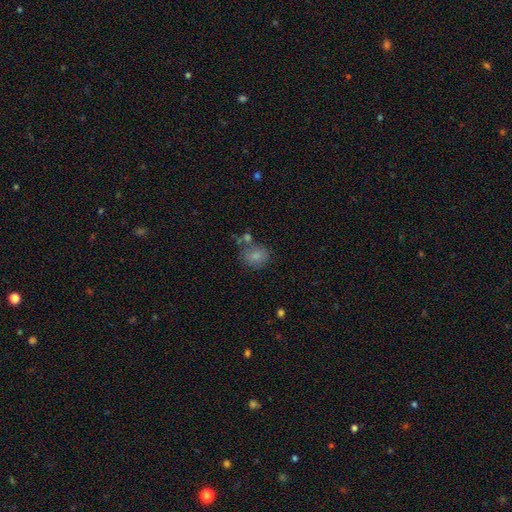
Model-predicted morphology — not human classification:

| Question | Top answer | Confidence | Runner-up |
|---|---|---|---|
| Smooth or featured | smooth | 80% | featured or disk (10%) |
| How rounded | round | 60% | in between (39%) |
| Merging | none | 59% | merger (17%) |